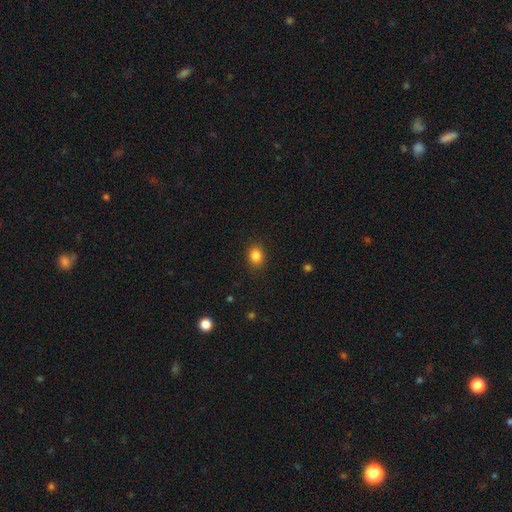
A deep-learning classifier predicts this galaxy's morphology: smooth-or-featured: smooth: 85% | star or artifact: 11% | featured or disk: 5%
  how-rounded: round: 57% | in between: 42% | cigar-shaped: 1%
  merging: none: 88% | minor disturbance: 9% | major disturbance: 3% | merger: 1%